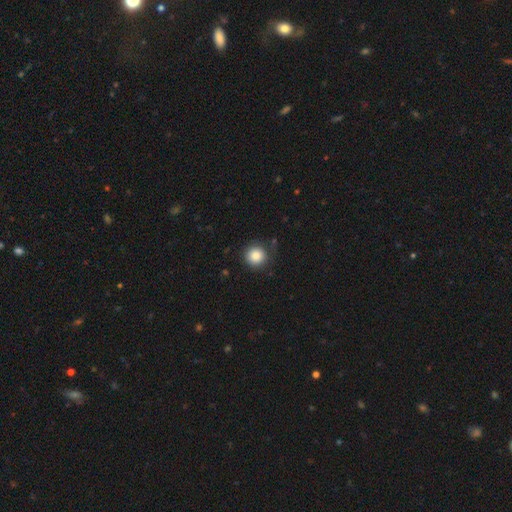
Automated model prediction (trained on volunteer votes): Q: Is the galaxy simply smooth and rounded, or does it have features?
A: smooth — 85%.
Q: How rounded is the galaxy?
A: round — 92%.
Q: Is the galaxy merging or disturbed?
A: none — 84%.